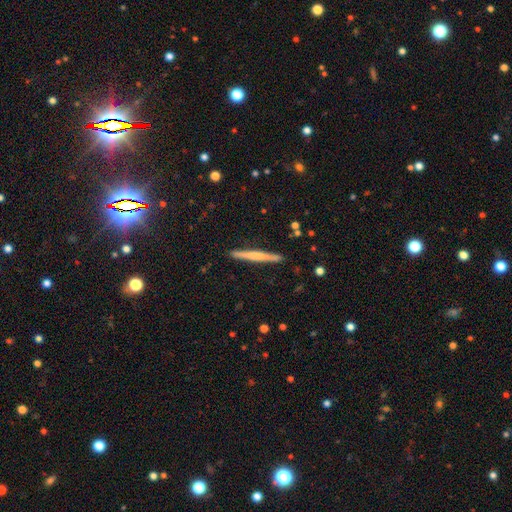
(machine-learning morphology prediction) Overall: smooth (48%; featured or disk 47%). Merging: none (91%).